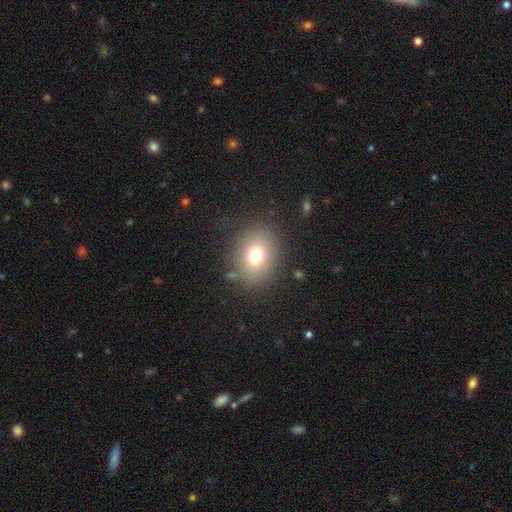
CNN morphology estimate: Overall: smooth (74%). How rounded: round (60%; in between 40%). Merging: none (84%).